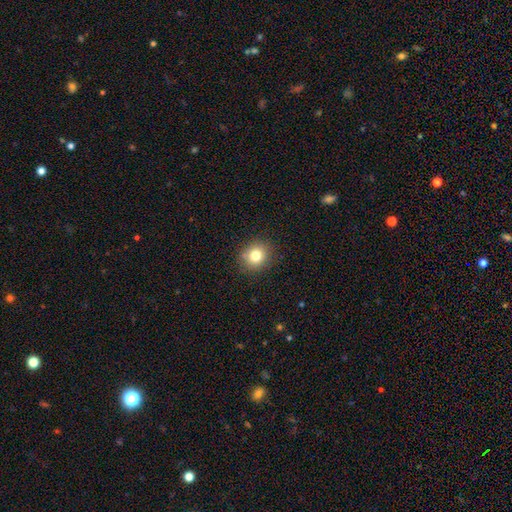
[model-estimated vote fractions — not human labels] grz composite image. It shows a smooth galaxy with no disk features (79%) that is round (78%). Merging: none (86%).